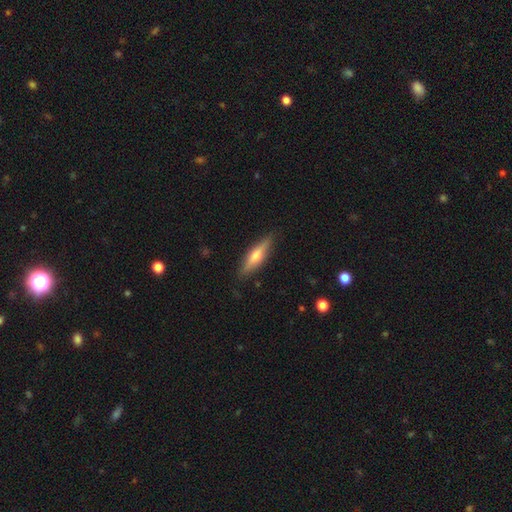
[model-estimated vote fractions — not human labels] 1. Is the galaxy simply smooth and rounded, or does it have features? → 54% featured or disk, 40% smooth, 6% star or artifact.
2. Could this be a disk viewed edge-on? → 93% yes, 7% no.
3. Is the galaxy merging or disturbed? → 87% none, 10% minor disturbance, 2% major disturbance, 1% merger.